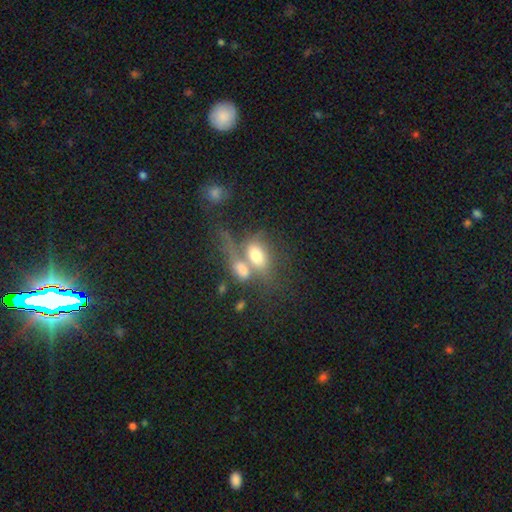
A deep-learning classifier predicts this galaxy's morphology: type=smooth (62%); roundness=in between (83%); merging=merger (57%).